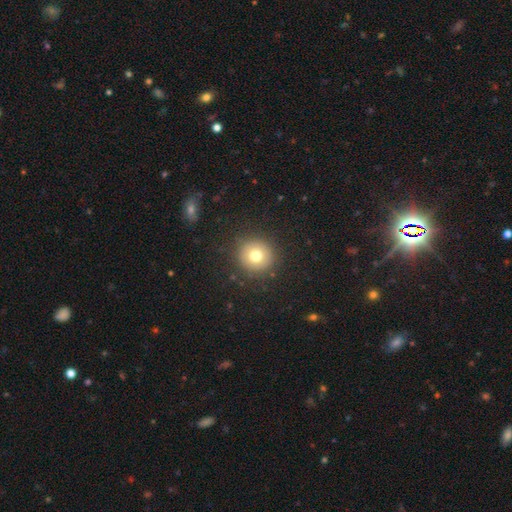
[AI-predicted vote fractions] This appears to be a smooth galaxy with no disk features (75%) that is round (94%). Merging: none (90%).